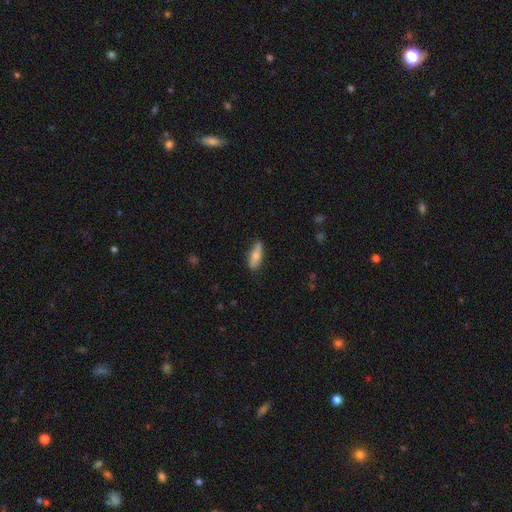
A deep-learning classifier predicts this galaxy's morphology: This appears to be a smooth galaxy with no disk features (69%) that is in between round and cigar-shaped (52%). Merging: none (78%).